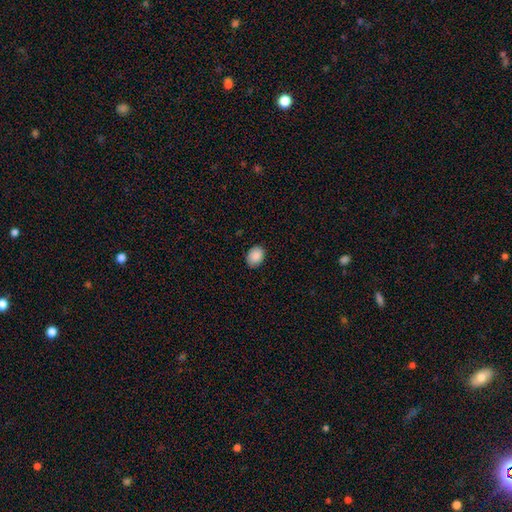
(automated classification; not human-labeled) Morphology: type=smooth (89%); roundness=in between (69%); merging=none (85%).